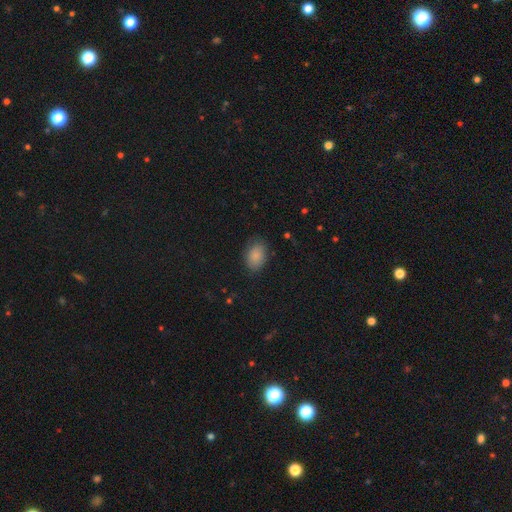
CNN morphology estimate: This appears to be a smooth galaxy with no disk features (86%) that is in between round and cigar-shaped (82%). Merging: none (78%).